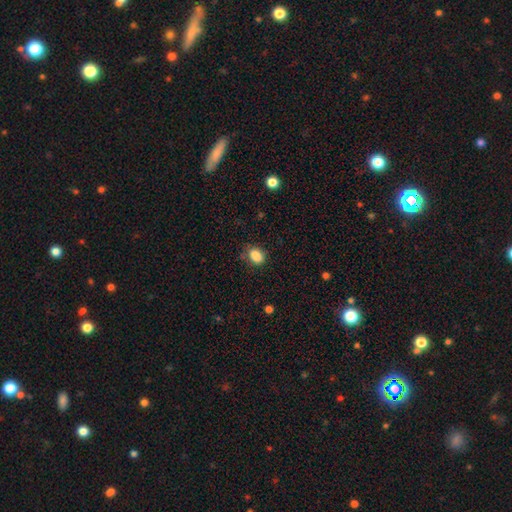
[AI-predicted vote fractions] Morphology: type=smooth (86%); roundness=in between (73%); merging=none (72%).